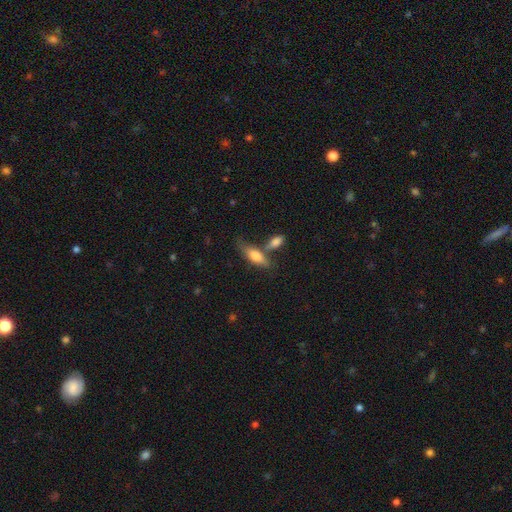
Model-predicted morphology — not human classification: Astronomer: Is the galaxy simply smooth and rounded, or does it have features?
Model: smooth — 72%.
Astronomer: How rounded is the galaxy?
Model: in between — 67%.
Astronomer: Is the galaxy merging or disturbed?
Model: none — 45% (runner-up: merger, 29%).